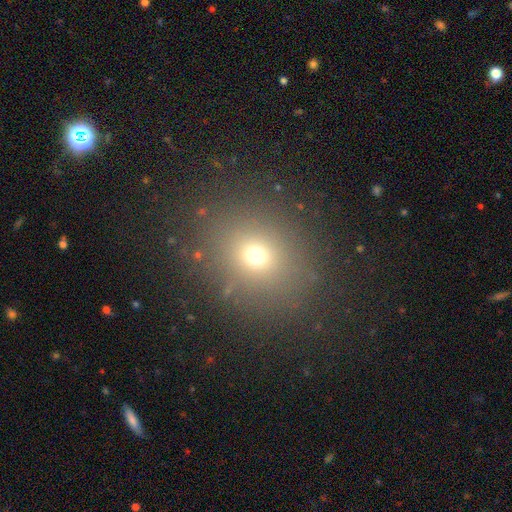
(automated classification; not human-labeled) smooth_or_featured: smooth (p=0.66) [alt: star or artifact p=0.23]
how_rounded: round (p=0.68) [alt: in between p=0.31]
merging: none (p=0.83) [alt: minor disturbance p=0.09]